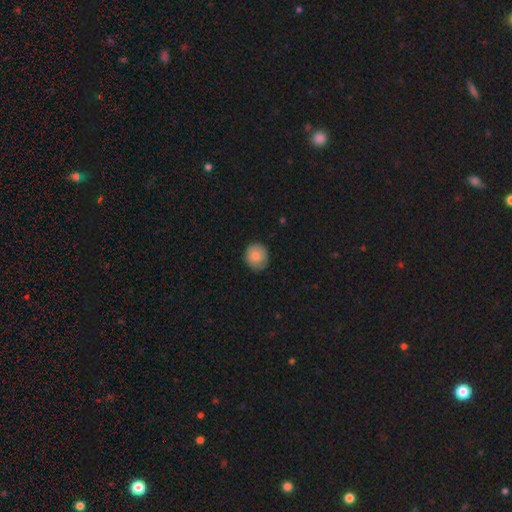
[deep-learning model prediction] smooth 83%, featured or disk 10%, star or artifact 7%. Down the decision tree: how rounded — round (84%); merging — none (82%).